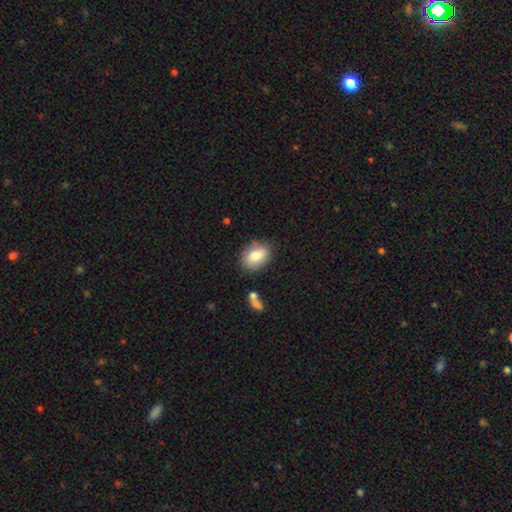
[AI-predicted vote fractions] smooth 83%, featured or disk 9%, star or artifact 7%. Down the decision tree: how rounded — in between (80%); merging — none (76%).